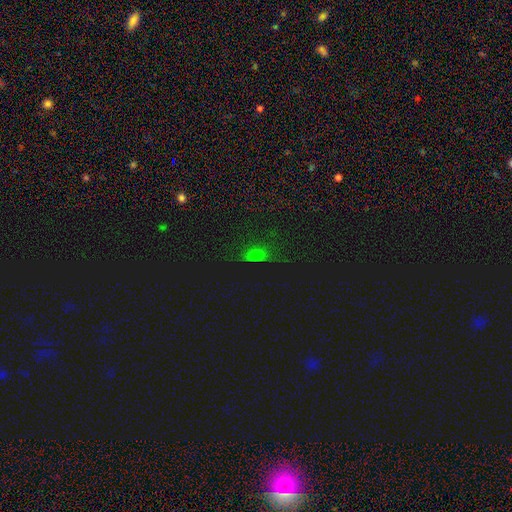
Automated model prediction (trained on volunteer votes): Morphology: type=smooth (53%); roundness=in between (63%); merging=none (66%).